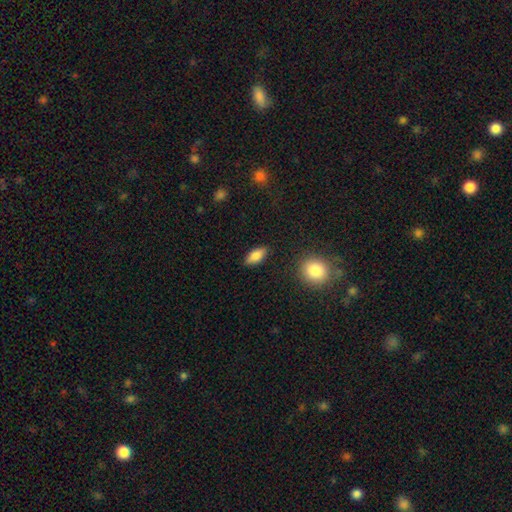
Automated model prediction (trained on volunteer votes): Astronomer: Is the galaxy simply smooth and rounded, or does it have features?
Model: smooth — 79%.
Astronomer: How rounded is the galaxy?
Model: in between — 82%.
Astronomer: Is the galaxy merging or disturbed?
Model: none — 86%.